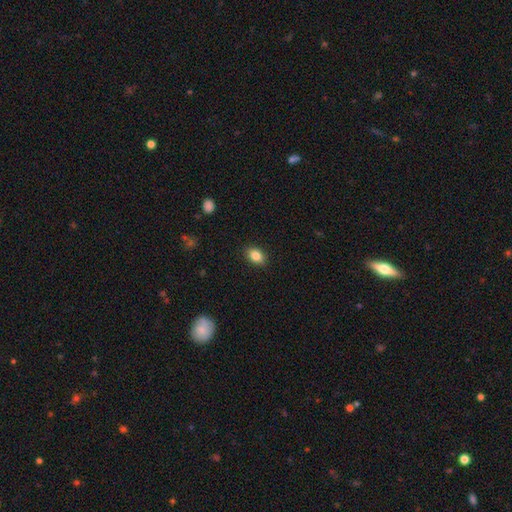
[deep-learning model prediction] Smooth or featured? smooth (85%)
How rounded? in between (84%)
Merging? none (89%)